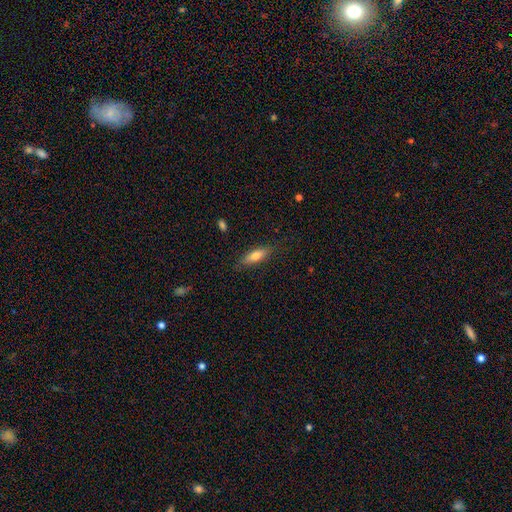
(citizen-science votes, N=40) A smooth galaxy with no disk features (70%) that is in between round and cigar-shaped (64%).

Vote fractions:
- Smooth or featured? smooth: 70% / featured or disk: 30% / star or artifact: 0%
- How rounded? in between: 64% / cigar-shaped: 36% / round: 0%
- Merging? none: 78% / minor disturbance: 20% / major disturbance: 2% / merger: 0%